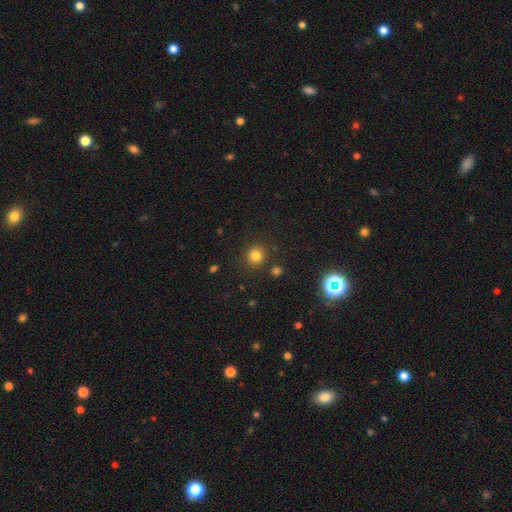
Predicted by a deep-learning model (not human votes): A smooth galaxy with no disk features (80%) that is round (92%).

Vote fractions:
- Smooth or featured? smooth: 80% / star or artifact: 15% / featured or disk: 5%
- How rounded? round: 92% / in between: 7% / cigar-shaped: 1%
- Merging? none: 86% / minor disturbance: 7% / merger: 4% / major disturbance: 3%